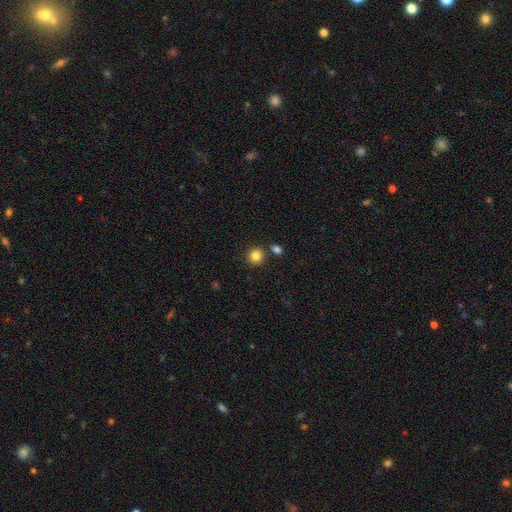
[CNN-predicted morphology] smooth-or-featured: smooth: 84% | star or artifact: 11% | featured or disk: 5%
  how-rounded: round: 88% | in between: 11% | cigar-shaped: 1%
  merging: none: 82% | merger: 8% | minor disturbance: 7% | major disturbance: 2%